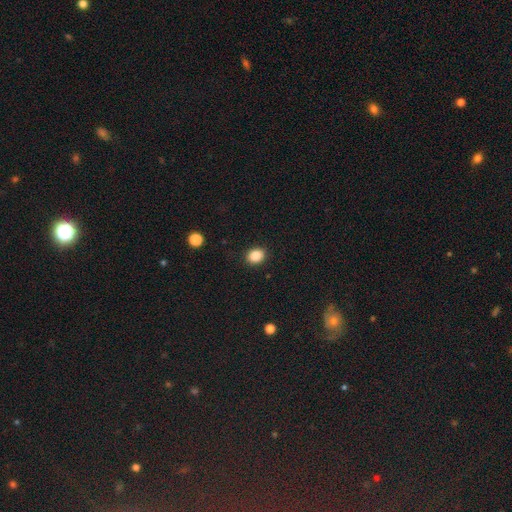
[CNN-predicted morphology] type=smooth (86%); roundness=round (56%); merging=none (90%).